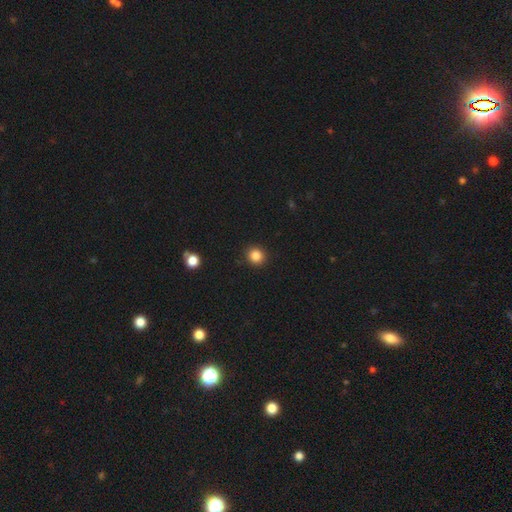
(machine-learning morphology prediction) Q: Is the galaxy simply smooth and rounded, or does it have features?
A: smooth — 85%.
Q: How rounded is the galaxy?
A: round — 89%.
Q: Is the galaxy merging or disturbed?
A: none — 92%.